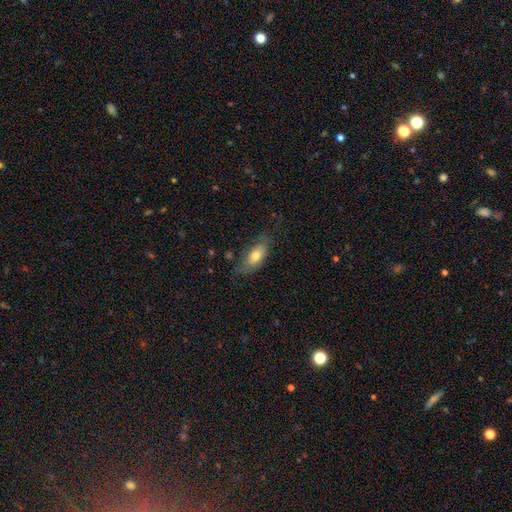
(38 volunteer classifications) Q: Smooth or featured?
A: smooth (71%); runner-up: featured or disk (24%)
Q: How rounded?
A: in between (85%); runner-up: cigar-shaped (11%)
Q: Merging?
A: none (44%); runner-up: minor disturbance (39%)